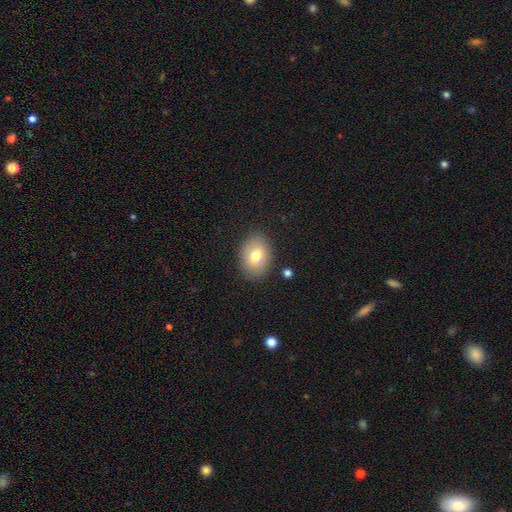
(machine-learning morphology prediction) A smooth galaxy with no disk features (75%) that is in between round and cigar-shaped (73%). Merging: none (85%).